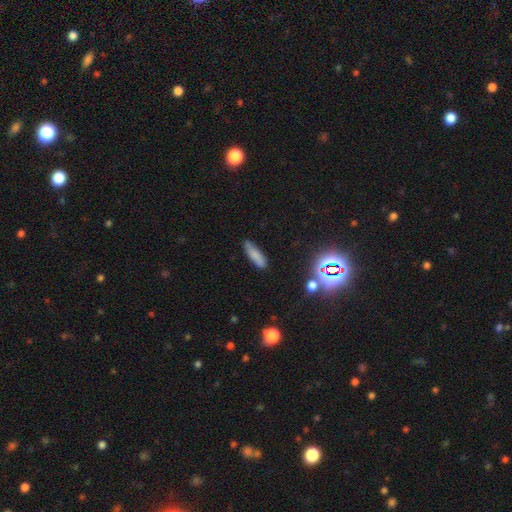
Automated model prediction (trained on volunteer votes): smooth_or_featured: smooth (p=0.76) [alt: featured or disk p=0.12]
how_rounded: cigar-shaped (p=0.62) [alt: in between p=0.35]
merging: none (p=0.79) [alt: minor disturbance p=0.15]